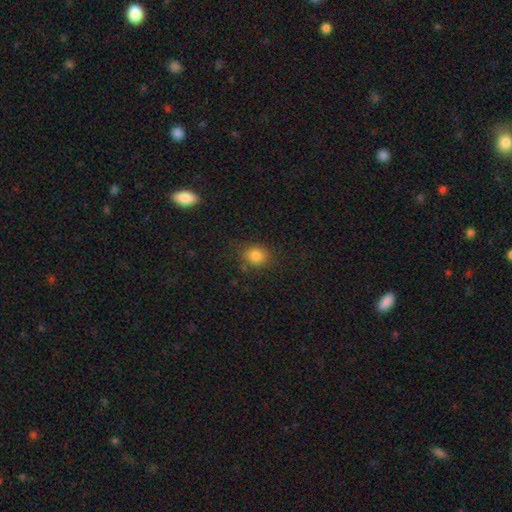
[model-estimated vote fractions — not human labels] Smooth or featured? smooth (82%)
How rounded? round (72%)
Merging? none (79%)